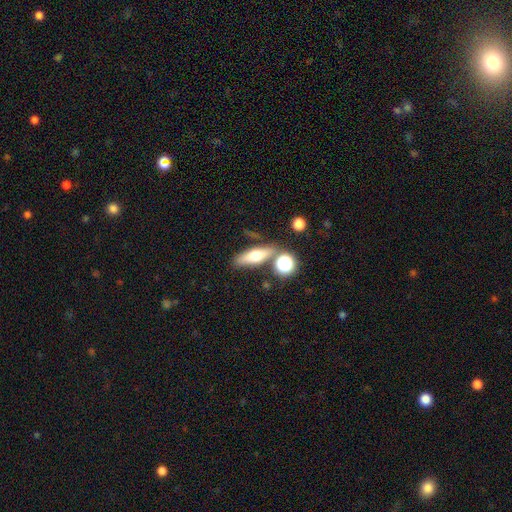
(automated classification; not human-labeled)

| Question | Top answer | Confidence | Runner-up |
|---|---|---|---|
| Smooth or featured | smooth | 54% | featured or disk (36%) |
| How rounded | cigar-shaped | 46% | in between (44%) |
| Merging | none | 74% | minor disturbance (11%) |